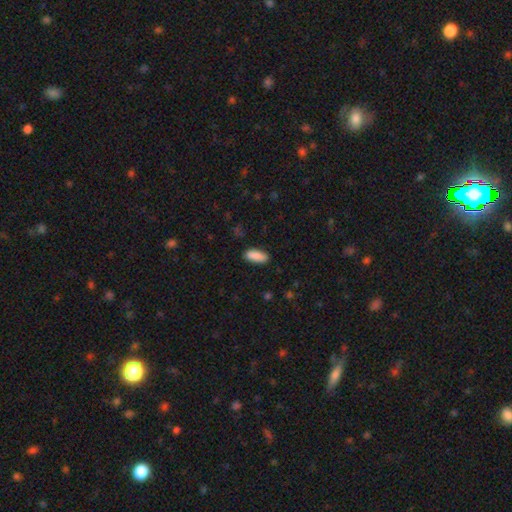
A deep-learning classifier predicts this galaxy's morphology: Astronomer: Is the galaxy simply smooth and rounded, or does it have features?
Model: smooth — 90%.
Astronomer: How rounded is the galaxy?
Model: in between — 80%.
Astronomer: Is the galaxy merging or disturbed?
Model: none — 87%.